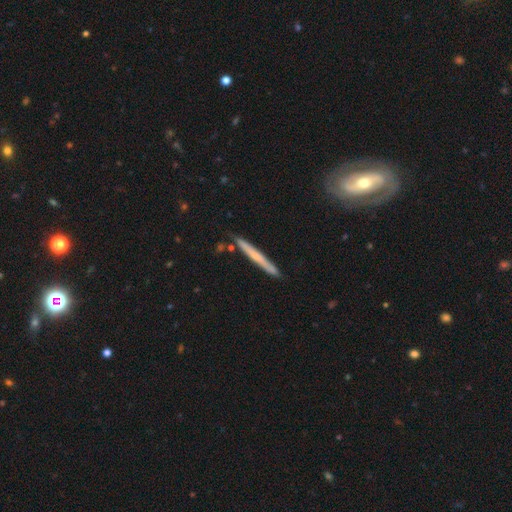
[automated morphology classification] Smooth or featured? smooth (48%)
Merging? none (87%)